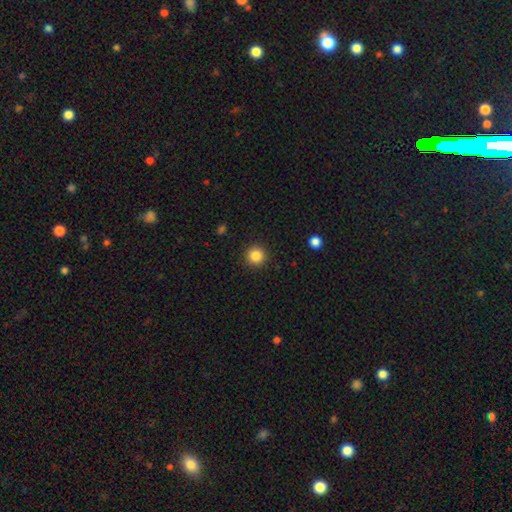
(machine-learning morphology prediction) This is clearly a smooth galaxy (85%). How rounded: clearly round (95%). Merging: clearly none (92%).